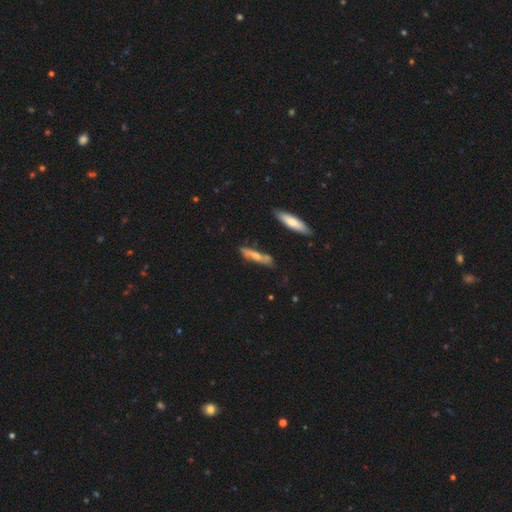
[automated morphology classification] smooth-or-featured: smooth: 51% | featured or disk: 42% | star or artifact: 7%
  how-rounded: cigar-shaped: 81% | in between: 16% | round: 2%
  merging: none: 73% | minor disturbance: 18% | merger: 5% | major disturbance: 4%